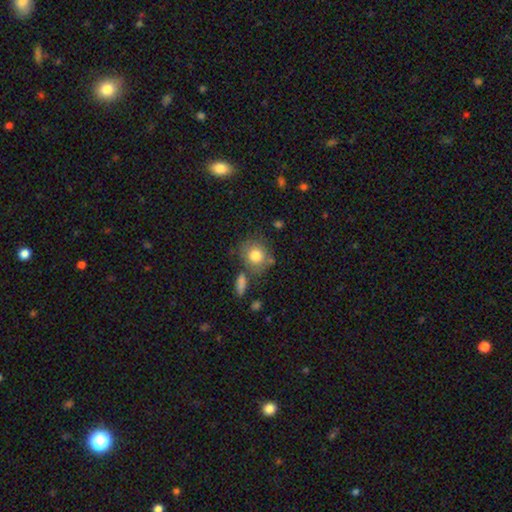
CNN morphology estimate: The model was most divided on "merging": none: 67%, minor disturbance: 15%, merger: 13%, major disturbance: 5%. More confident: how rounded — round (79%); smooth or featured — smooth (79%).